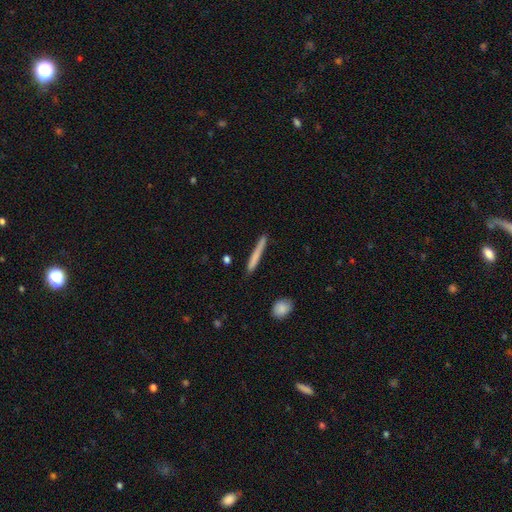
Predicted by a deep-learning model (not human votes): Q: Smooth or featured?
A: smooth (70%); runner-up: featured or disk (24%)
Q: How rounded?
A: cigar-shaped (96%); runner-up: in between (2%)
Q: Merging?
A: none (87%); runner-up: minor disturbance (10%)